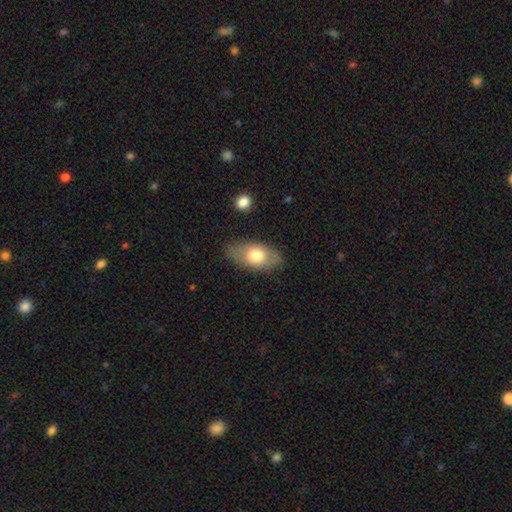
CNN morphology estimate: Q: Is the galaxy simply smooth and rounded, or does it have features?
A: smooth — 71%.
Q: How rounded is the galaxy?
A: in between — 89%.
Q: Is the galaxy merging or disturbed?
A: none — 77%.